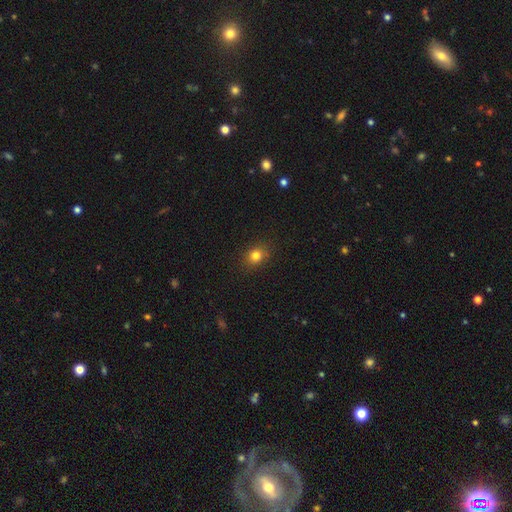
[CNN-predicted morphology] Smooth or featured? Predicted: smooth (p=0.81). How rounded? Predicted: round (p=0.63). Merging? Predicted: none (p=0.86).